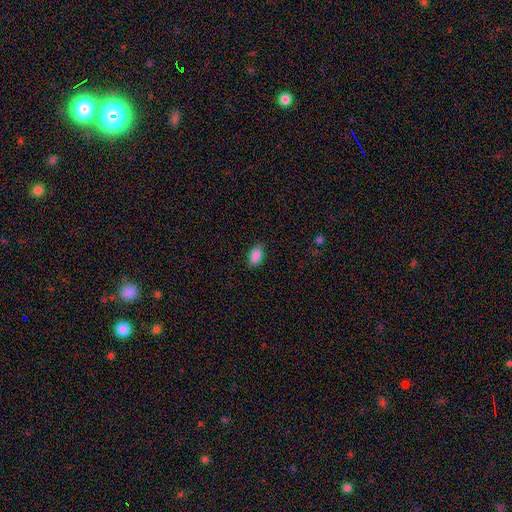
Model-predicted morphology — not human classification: Smooth or featured? Predicted: smooth (p=0.87). How rounded? Predicted: in between (p=0.91). Merging? Predicted: none (p=0.83).